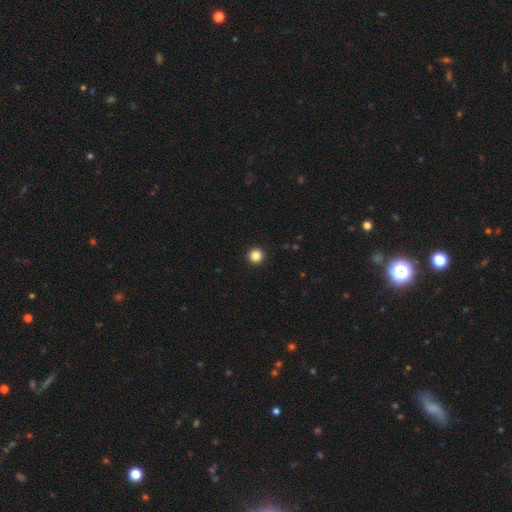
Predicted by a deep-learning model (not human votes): smooth_or_featured: smooth (p=0.85) [alt: star or artifact p=0.11]
how_rounded: round (p=0.96) [alt: in between p=0.03]
merging: none (p=0.94) [alt: minor disturbance p=0.04]